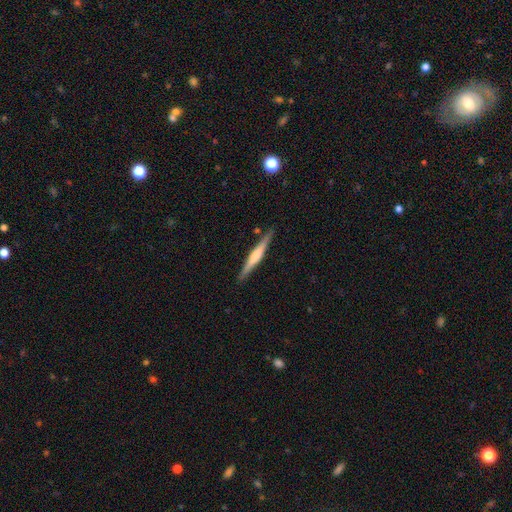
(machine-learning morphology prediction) smooth_or_featured: featured or disk (p=0.64) [alt: smooth p=0.31]
disk_edge_on: yes (p=0.98) [alt: no p=0.02]
edge_on_bulge: rounded (p=0.66) [alt: boxy p=0.19]
merging: none (p=0.89) [alt: minor disturbance p=0.08]